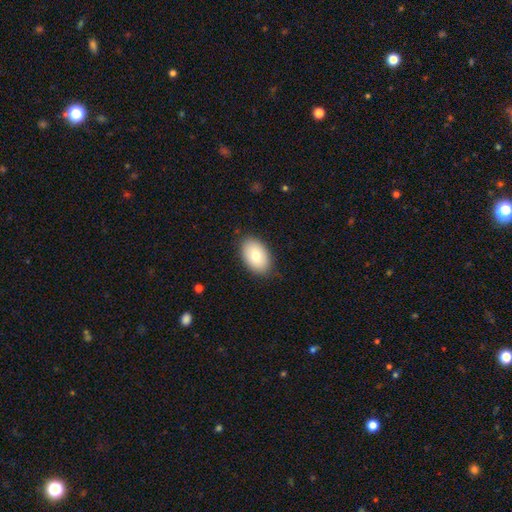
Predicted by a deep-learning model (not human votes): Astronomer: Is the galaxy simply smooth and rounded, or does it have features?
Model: smooth — 79%.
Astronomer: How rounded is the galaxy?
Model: in between — 92%.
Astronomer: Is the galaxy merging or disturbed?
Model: none — 85%.